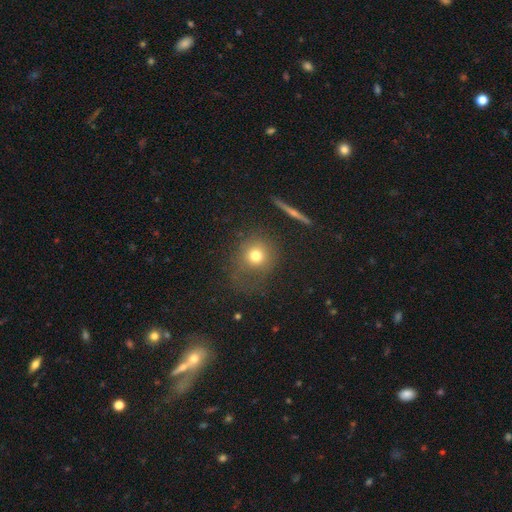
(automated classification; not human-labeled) smooth_or_featured: smooth (p=0.73) [alt: star or artifact p=0.14]
how_rounded: round (p=0.83) [alt: in between p=0.15]
merging: none (p=0.66) [alt: minor disturbance p=0.17]